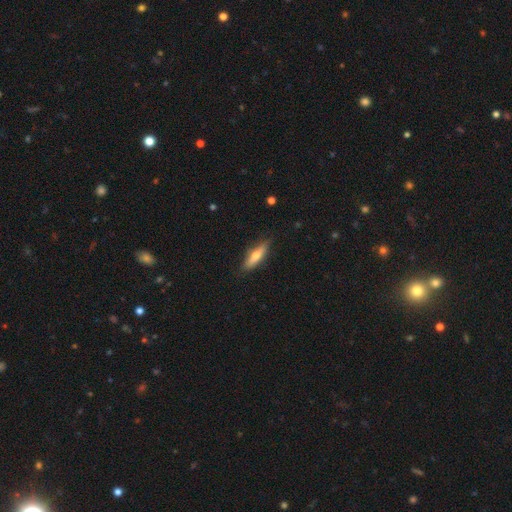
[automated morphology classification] A smooth galaxy with no disk features (58%) that is cigar-shaped (67%). Merging: none (85%).